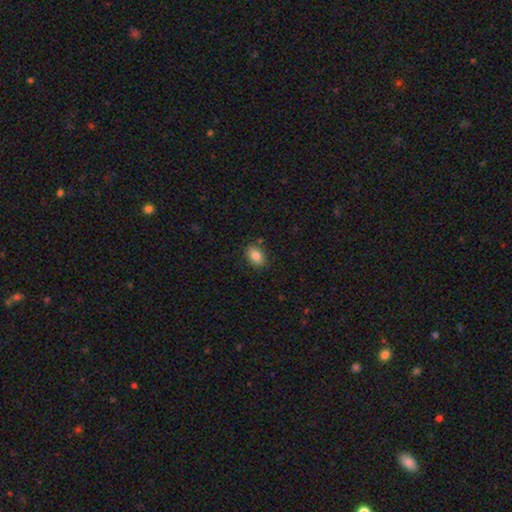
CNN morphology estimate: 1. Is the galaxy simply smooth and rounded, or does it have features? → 83% smooth, 9% featured or disk, 9% star or artifact.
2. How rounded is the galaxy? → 79% in between, 20% round, 1% cigar-shaped.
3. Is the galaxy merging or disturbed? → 83% none, 11% minor disturbance, 3% merger, 2% major disturbance.